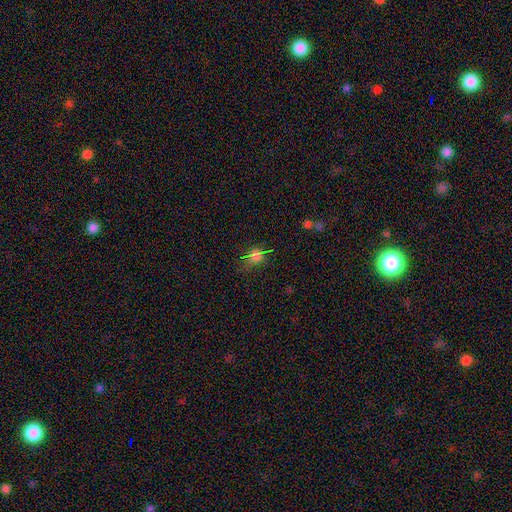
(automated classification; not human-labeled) The model was most divided on "how rounded": round: 54%, in between: 41%, cigar-shaped: 5%. More confident: merging — none (72%); smooth or featured — smooth (57%).